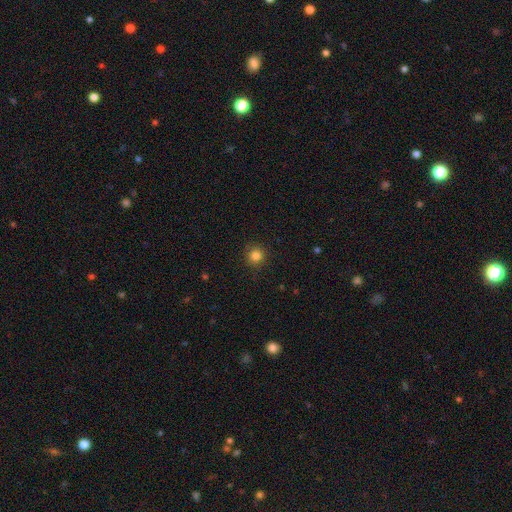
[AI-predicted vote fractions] Smooth or featured?
  - smooth: 83% *
  - star or artifact: 12%
  - featured or disk: 4%
How rounded?
  - round: 94% *
  - in between: 5%
  - cigar-shaped: 1%
Merging?
  - none: 90% *
  - minor disturbance: 7%
  - major disturbance: 2%
  - merger: 1%